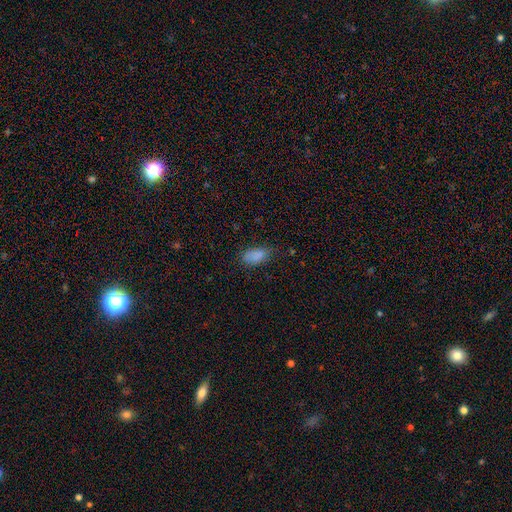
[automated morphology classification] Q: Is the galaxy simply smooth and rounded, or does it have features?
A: smooth — 84%.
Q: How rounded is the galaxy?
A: in between — 92%.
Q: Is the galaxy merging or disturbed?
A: none — 69%.